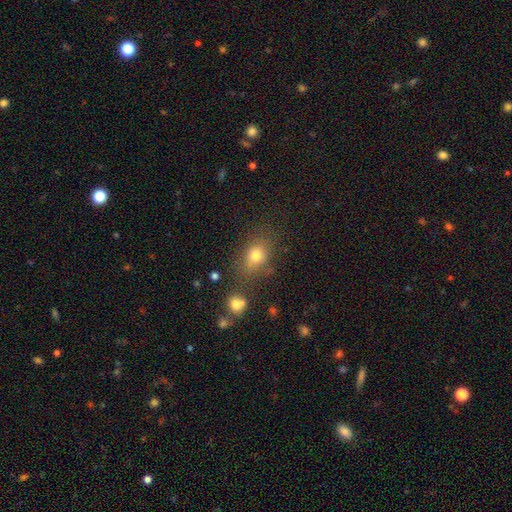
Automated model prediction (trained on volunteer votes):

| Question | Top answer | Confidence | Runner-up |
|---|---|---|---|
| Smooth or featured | smooth | 75% | star or artifact (14%) |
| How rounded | in between | 54% | round (44%) |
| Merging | none | 65% | minor disturbance (17%) |